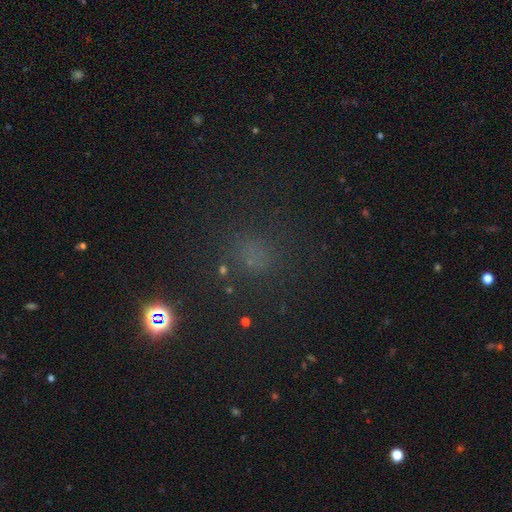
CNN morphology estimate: This appears to be a smooth galaxy with no disk features (50%). Merging: none (75%).